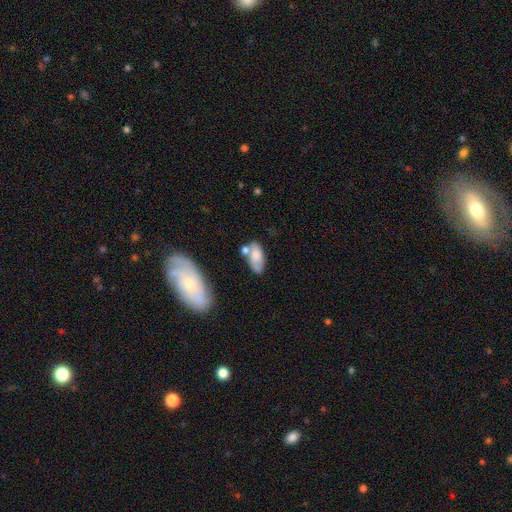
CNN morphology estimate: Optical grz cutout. It shows a smooth galaxy with no disk features (71%) that is in between round and cigar-shaped (91%). Merging: none (47%).